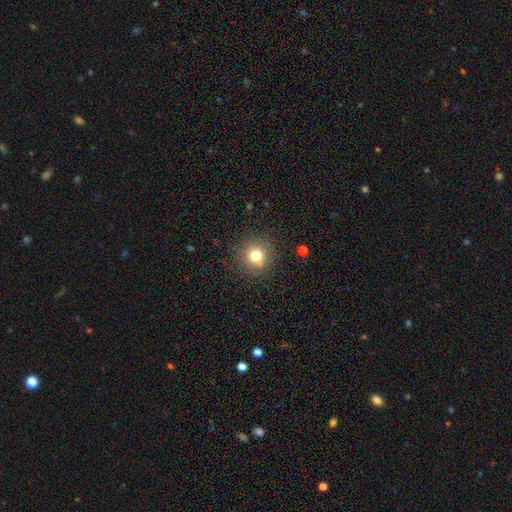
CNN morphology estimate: This appears to be a smooth galaxy with no disk features (76%) that is round (93%). Merging: none (82%).